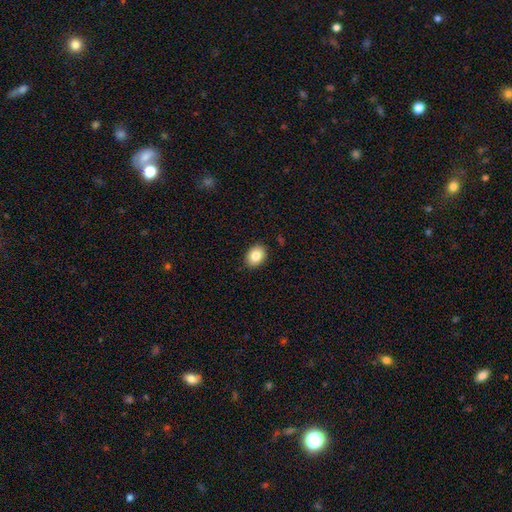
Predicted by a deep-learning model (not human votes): smooth_or_featured: smooth (p=0.84) [alt: star or artifact p=0.08]
how_rounded: in between (p=0.61) [alt: round p=0.38]
merging: none (p=0.89) [alt: minor disturbance p=0.08]